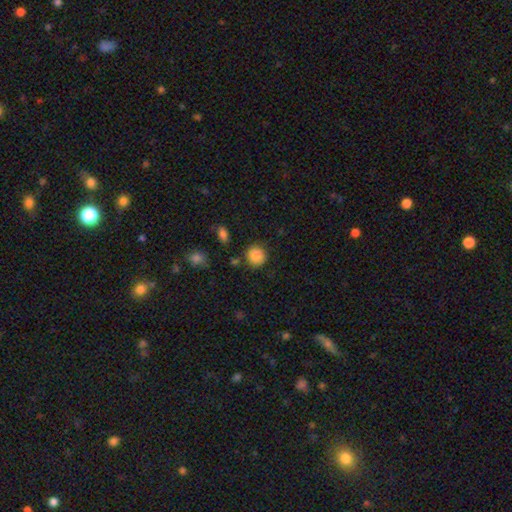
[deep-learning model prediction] smooth 86%, star or artifact 9%, featured or disk 5%. Down the decision tree: how rounded — round (88%); merging — none (83%).